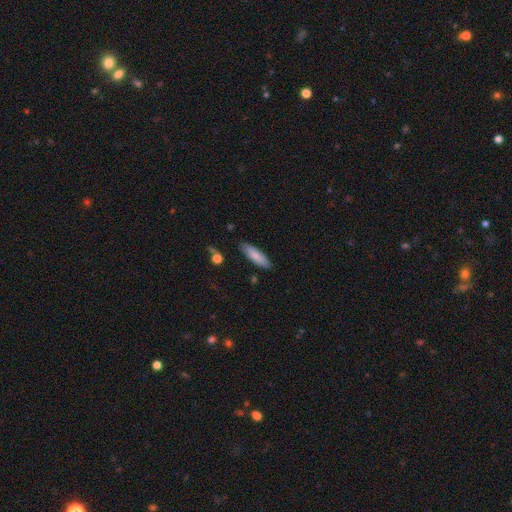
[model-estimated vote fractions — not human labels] Q: Smooth or featured?
A: smooth (81%); runner-up: featured or disk (13%)
Q: How rounded?
A: cigar-shaped (53%); runner-up: in between (45%)
Q: Merging?
A: none (84%); runner-up: minor disturbance (12%)